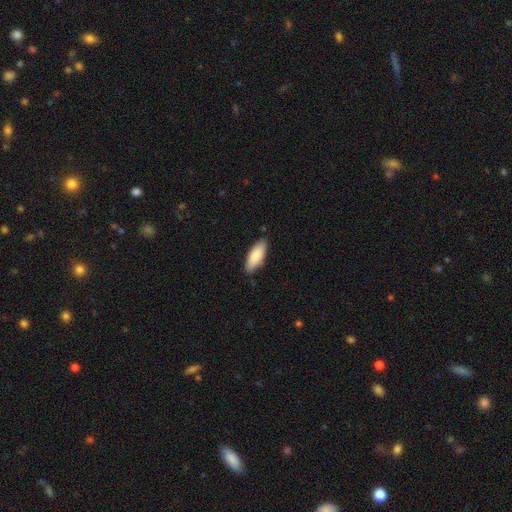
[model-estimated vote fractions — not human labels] Smooth or featured? Predicted: smooth (p=0.86). How rounded? Predicted: in between (p=0.77). Merging? Predicted: none (p=0.83).